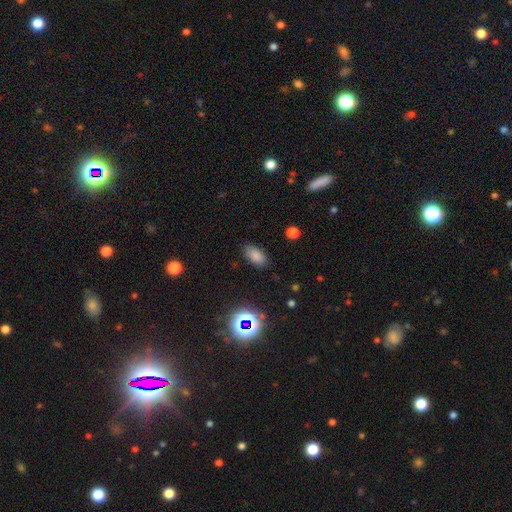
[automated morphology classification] This is clearly a smooth galaxy (80%). How rounded: clearly in between (92%). Merging: clearly none (83%).